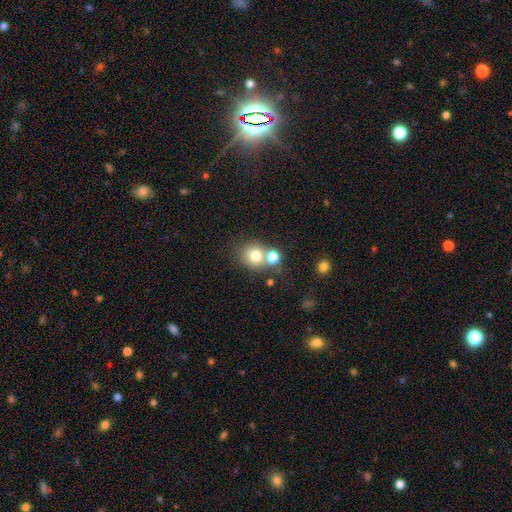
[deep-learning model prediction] smooth_or_featured: smooth (p=0.76) [alt: star or artifact p=0.13]
how_rounded: round (p=0.80) [alt: in between p=0.19]
merging: none (p=0.52) [alt: merger p=0.35]